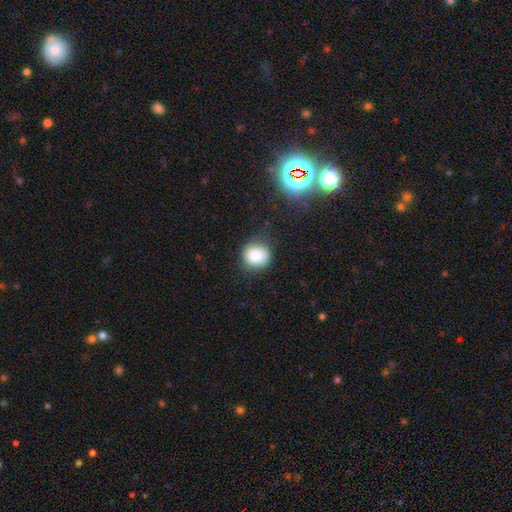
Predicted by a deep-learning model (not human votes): Smooth or featured: smooth — 82% (star or artifact — 11%)
How rounded: round — 83% (in between — 16%)
Merging: none — 74% (minor disturbance — 19%)